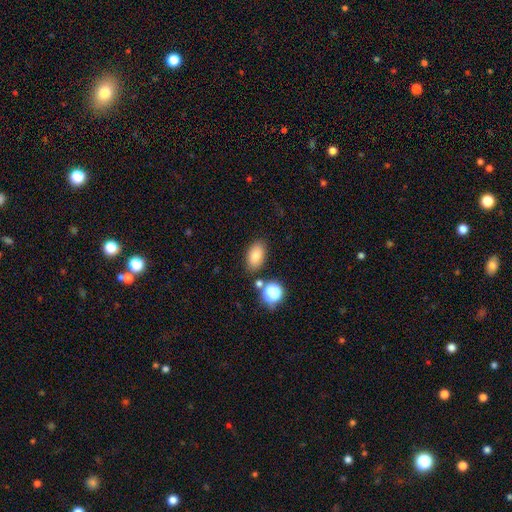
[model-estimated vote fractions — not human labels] smooth 80%, star or artifact 11%, featured or disk 9%. Down the decision tree: how rounded — in between (89%); merging — none (81%).